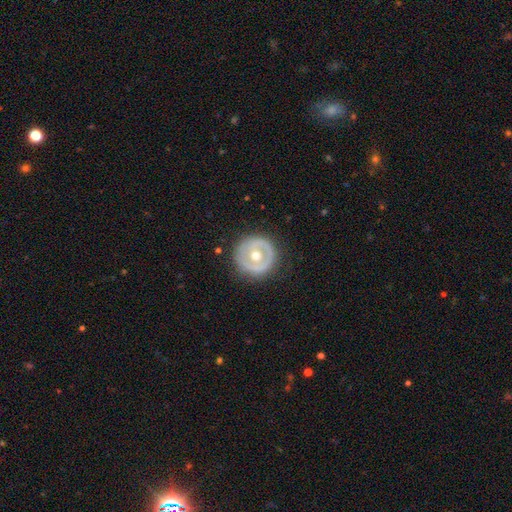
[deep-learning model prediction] Smooth or featured: featured or disk — 59% (smooth — 36%)
Edge-on disk: no — 95% (yes — 5%)
Bar: no — 78% (weak — 15%)
Spiral arms: no — 85% (yes — 15%)
Bulge size: moderate — 76% (small — 18%)
Merging: none — 86% (minor disturbance — 9%)